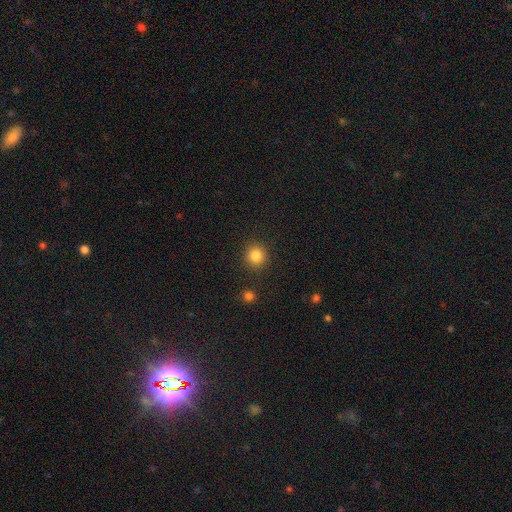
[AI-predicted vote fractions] A smooth galaxy with no disk features (84%) that is round (92%). Merging: none (89%).